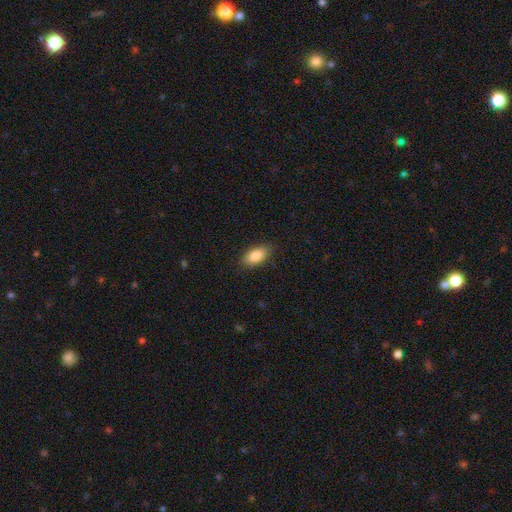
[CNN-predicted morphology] Smooth or featured?
  - smooth: 86% *
  - star or artifact: 7%
  - featured or disk: 7%
How rounded?
  - in between: 91% *
  - cigar-shaped: 5%
  - round: 4%
Merging?
  - none: 87% *
  - minor disturbance: 9%
  - major disturbance: 2%
  - merger: 1%